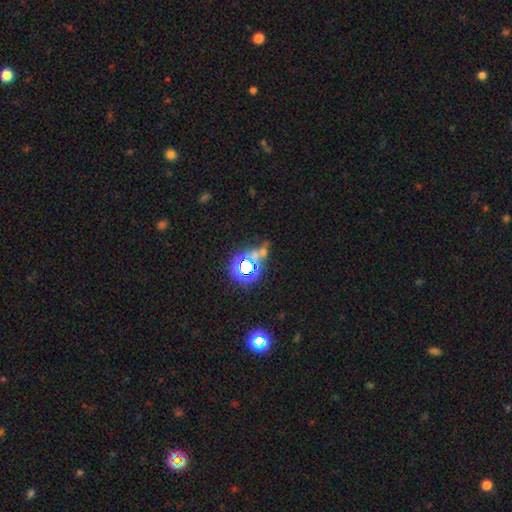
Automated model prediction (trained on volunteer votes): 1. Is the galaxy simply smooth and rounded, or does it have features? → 66% star or artifact, 23% smooth, 11% featured or disk.